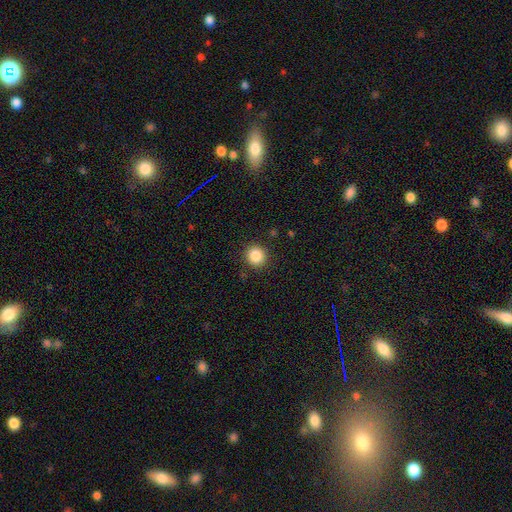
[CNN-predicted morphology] Q: Smooth or featured?
A: smooth (86%); runner-up: star or artifact (10%)
Q: How rounded?
A: round (90%); runner-up: in between (9%)
Q: Merging?
A: none (90%); runner-up: minor disturbance (7%)